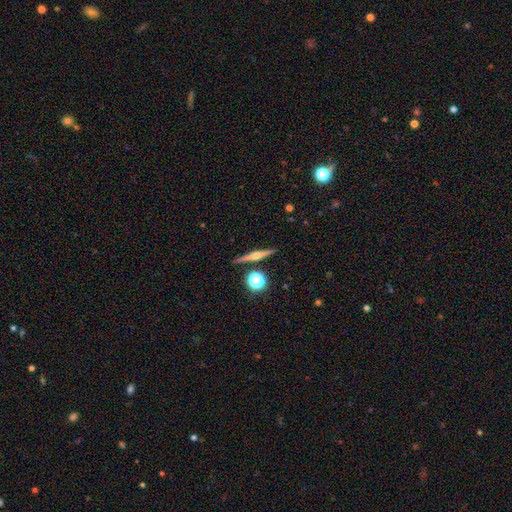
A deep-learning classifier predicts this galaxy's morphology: A featured or disk galaxy (64%) viewed edge-on (97%) with a rounded central bulge (81%).

Vote fractions:
- Smooth or featured? featured or disk: 64% / smooth: 26% / star or artifact: 9%
- Edge-on disk? yes: 97% / no: 3%
- Edge-on bulge? rounded: 81% / none: 10% / boxy: 9%
- Merging? none: 87% / minor disturbance: 8% / merger: 4% / major disturbance: 2%